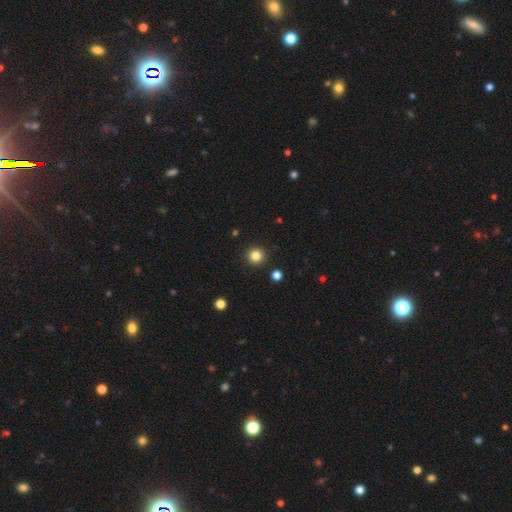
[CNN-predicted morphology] A smooth galaxy with no disk features (83%) that is round (95%). Merging: none (92%).